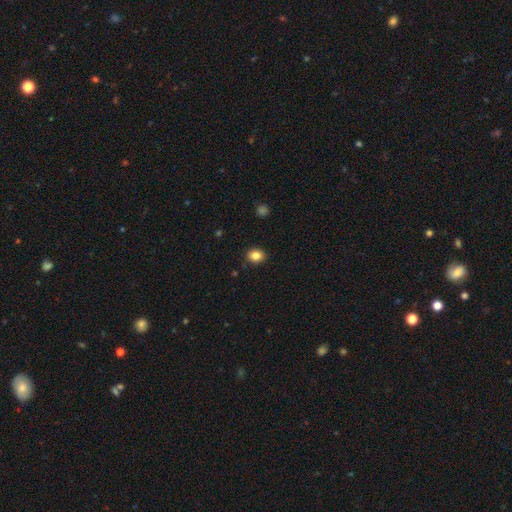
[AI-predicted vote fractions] Overall: smooth (85%). How rounded: round (52%; in between 47%). Merging: none (89%).